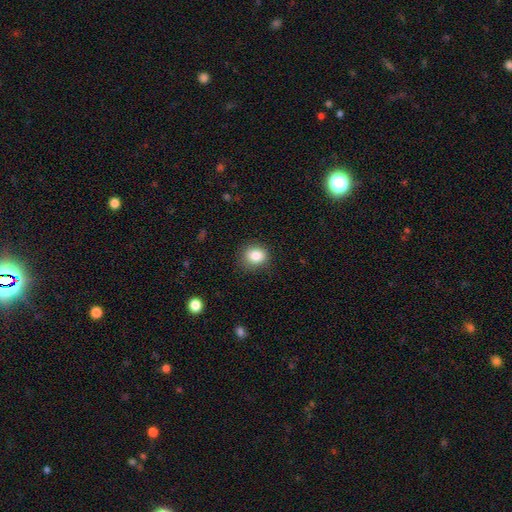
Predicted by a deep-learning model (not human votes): Smooth or featured? smooth (85%)
How rounded? round (67%)
Merging? none (81%)